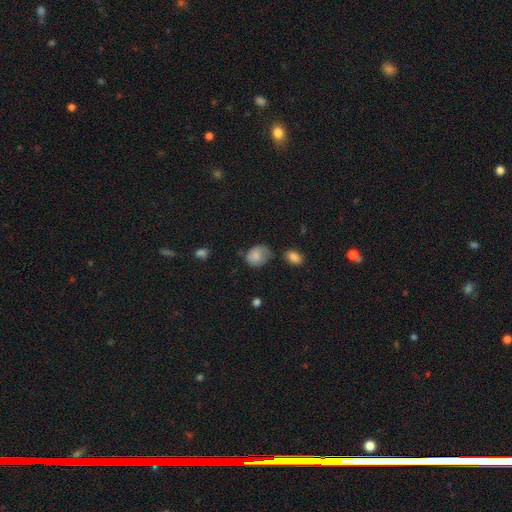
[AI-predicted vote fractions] This appears to be a smooth galaxy with no disk features (80%) that is in between round and cigar-shaped (57%). Merging: none (46%).